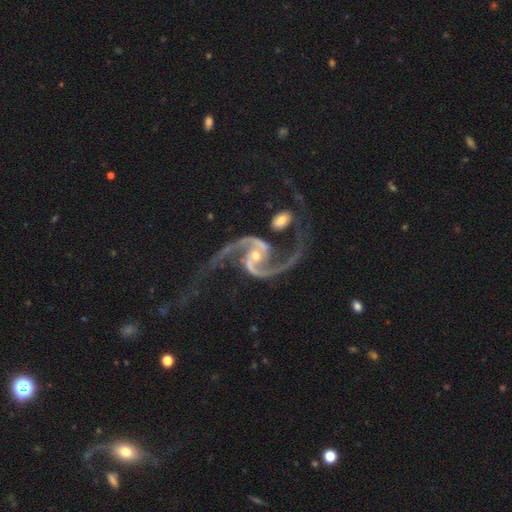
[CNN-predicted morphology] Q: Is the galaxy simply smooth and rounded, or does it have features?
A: featured or disk — 94%.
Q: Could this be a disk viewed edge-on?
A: no — 98%.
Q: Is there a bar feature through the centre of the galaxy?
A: no — 45%.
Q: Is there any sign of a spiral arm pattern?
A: yes — 98%.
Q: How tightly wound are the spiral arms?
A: loose — 52%.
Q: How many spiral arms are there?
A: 2 — 94%.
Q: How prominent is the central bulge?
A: small — 51%.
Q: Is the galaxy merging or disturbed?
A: none — 48%.